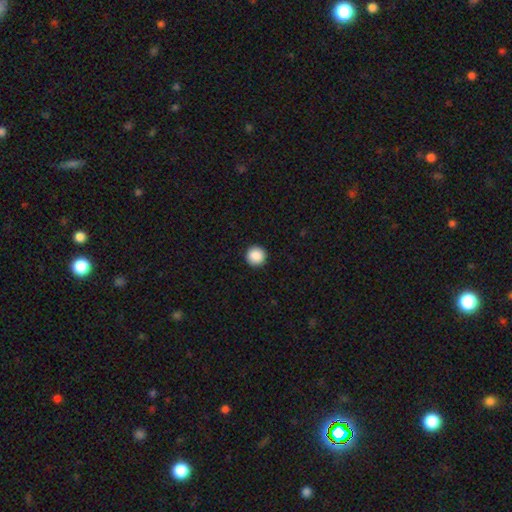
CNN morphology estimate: Smooth or featured?
  - smooth: 89% *
  - star or artifact: 8%
  - featured or disk: 3%
How rounded?
  - round: 96% *
  - in between: 3%
  - cigar-shaped: 1%
Merging?
  - none: 93% *
  - minor disturbance: 4%
  - major disturbance: 1%
  - merger: 1%